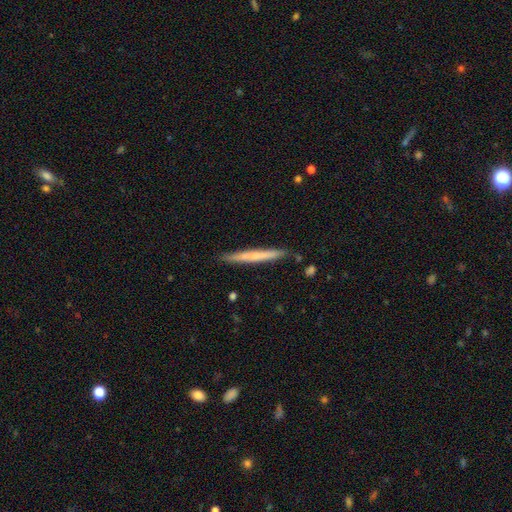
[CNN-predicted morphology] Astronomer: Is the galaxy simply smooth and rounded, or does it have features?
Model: smooth — 57% (runner-up: featured or disk, 37%).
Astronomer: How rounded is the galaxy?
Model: cigar-shaped — 97%.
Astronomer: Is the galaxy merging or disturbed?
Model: none — 89%.